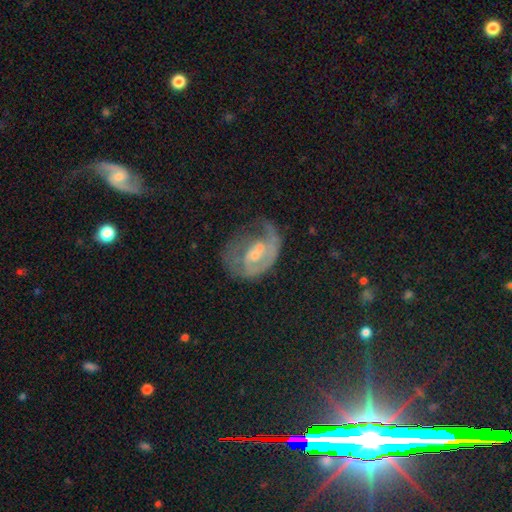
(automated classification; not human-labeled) Morphology: type=featured or disk (70%); edge-on=no (97%); bar=no (62%); spiral arms=yes (72%); bulge=small (52%); merging=major disturbance (38%).